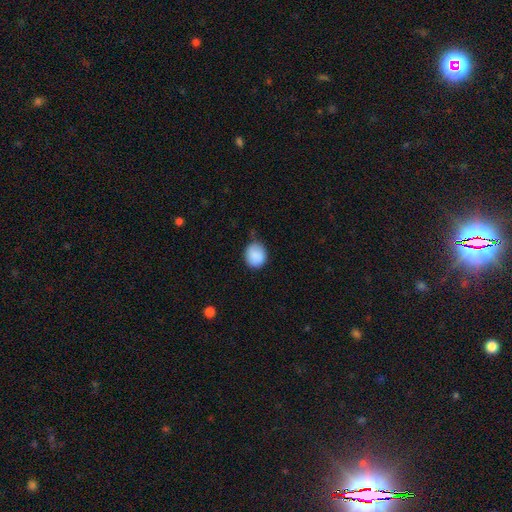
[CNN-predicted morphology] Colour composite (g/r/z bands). It shows a smooth galaxy with no disk features (88%) that is round (69%). Merging: none (73%).